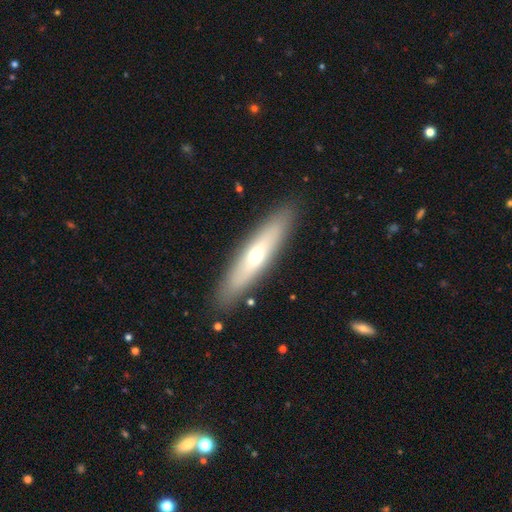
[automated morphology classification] Smooth or featured?
  - smooth: 50% *
  - featured or disk: 44%
  - star or artifact: 6%
Merging?
  - none: 89% *
  - minor disturbance: 8%
  - major disturbance: 2%
  - merger: 1%